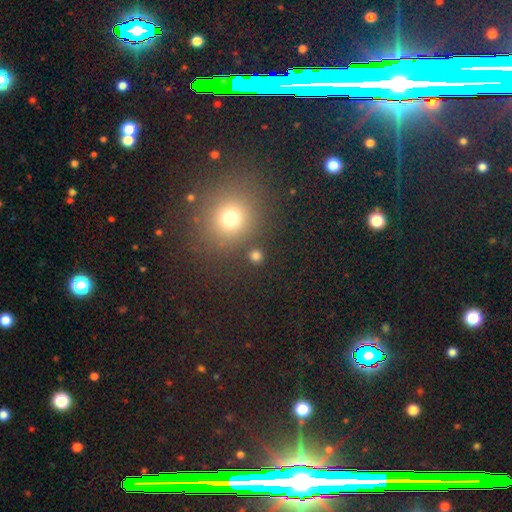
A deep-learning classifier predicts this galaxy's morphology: Smooth or featured?
  - smooth: 78% *
  - star or artifact: 17%
  - featured or disk: 5%
How rounded?
  - round: 90% *
  - in between: 9%
  - cigar-shaped: 1%
Merging?
  - none: 84% *
  - merger: 7%
  - minor disturbance: 6%
  - major disturbance: 3%